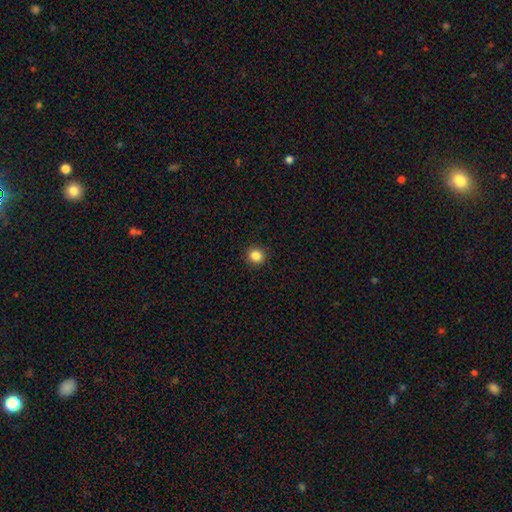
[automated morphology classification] This is clearly a smooth galaxy (86%). How rounded: clearly round (90%). Merging: clearly none (92%).